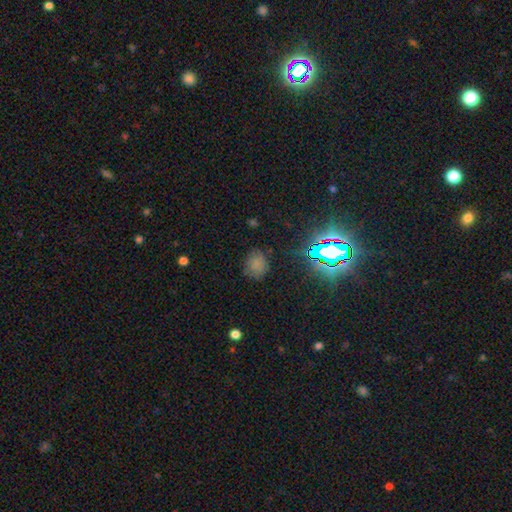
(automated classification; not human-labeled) star or artifact 51%, smooth 40%, featured or disk 9%.